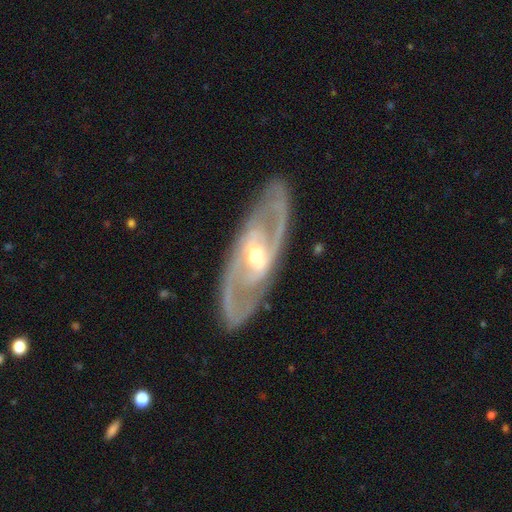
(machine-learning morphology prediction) This is clearly a featured or disk galaxy (88%). It is clearly not viewed edge-on (89%). Bar: marginally weak (41%). Spiral arm pattern: clearly yes (91%). Spiral arm count: clearly 2 (85%). Spiral winding: possibly medium (49%). Central bulge: possibly moderate (52%). Merging: clearly none (83%).